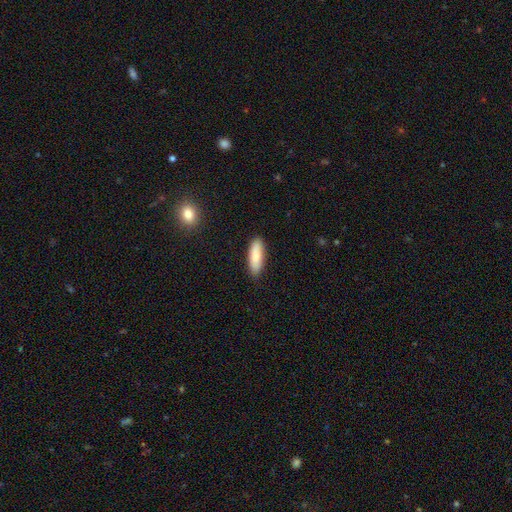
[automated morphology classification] A smooth galaxy with no disk features (83%) that is in between round and cigar-shaped (56%). Merging: none (88%).